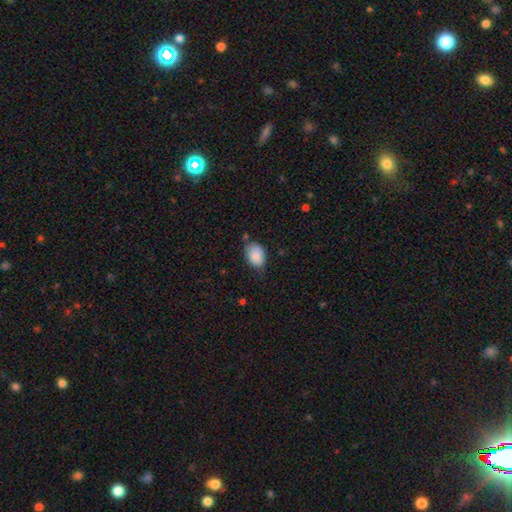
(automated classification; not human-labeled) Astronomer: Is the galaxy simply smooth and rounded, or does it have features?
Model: smooth — 87%.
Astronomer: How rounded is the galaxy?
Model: in between — 84%.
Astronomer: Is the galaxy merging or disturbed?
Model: none — 61%.